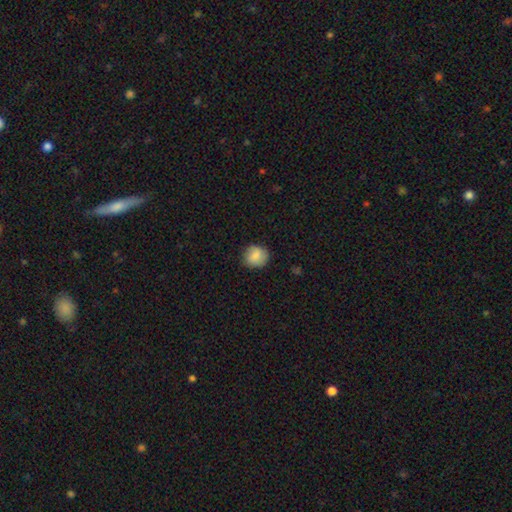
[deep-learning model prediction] The model was most divided on "merging": none: 83%, minor disturbance: 13%, major disturbance: 3%, merger: 1%. More confident: how rounded — round (86%); smooth or featured — smooth (83%).